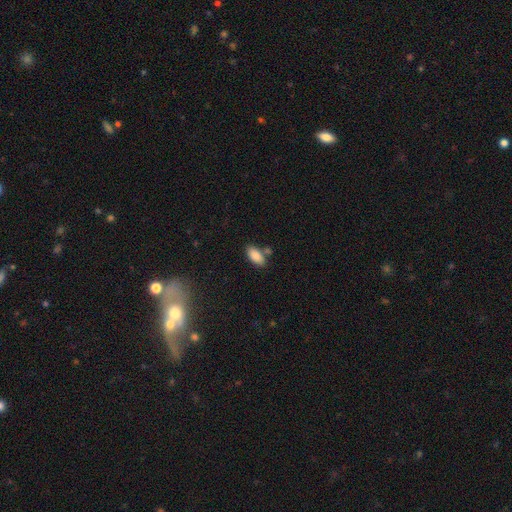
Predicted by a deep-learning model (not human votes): The model was most divided on "merging": none: 71%, minor disturbance: 14%, merger: 12%, major disturbance: 3%. More confident: how rounded — in between (91%); smooth or featured — smooth (88%).